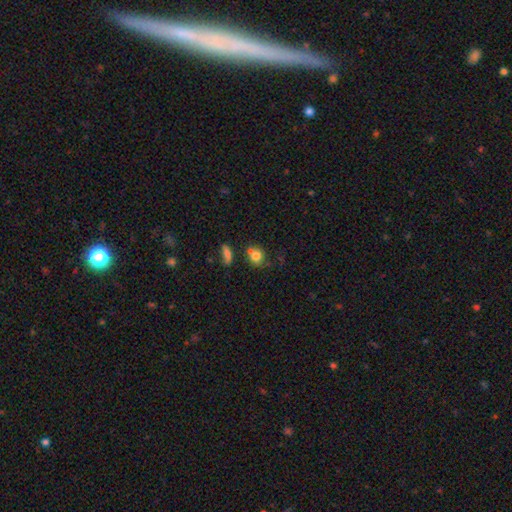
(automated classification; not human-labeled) Smooth or featured? Predicted: smooth (p=0.78). How rounded? Predicted: round (p=0.72). Merging? Predicted: none (p=0.49).